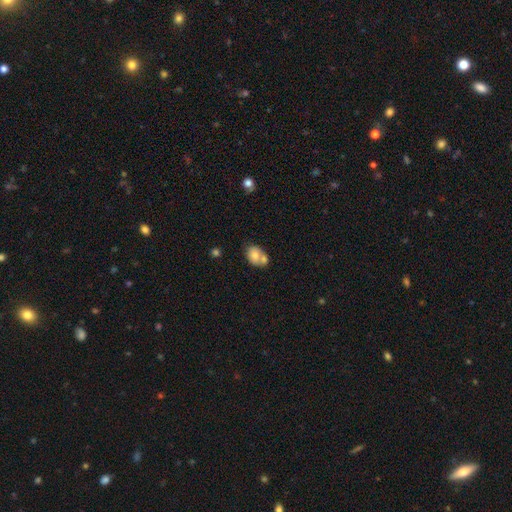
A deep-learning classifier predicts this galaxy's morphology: smooth_or_featured: smooth (p=0.74) [alt: featured or disk p=0.18]
how_rounded: in between (p=0.67) [alt: round p=0.32]
merging: merger (p=0.49) [alt: none p=0.35]